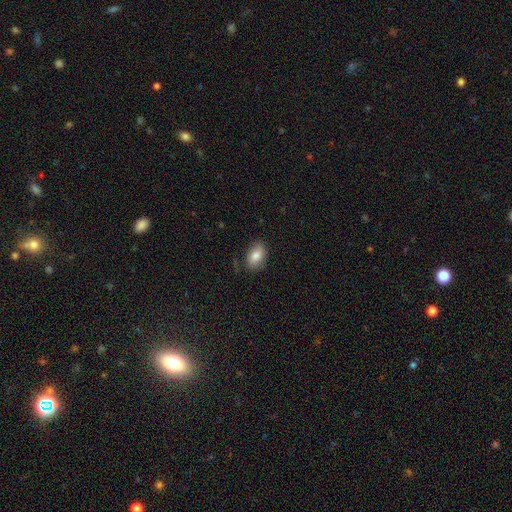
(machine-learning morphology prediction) A smooth galaxy with no disk features (83%) that is in between round and cigar-shaped (90%). Merging: none (79%).